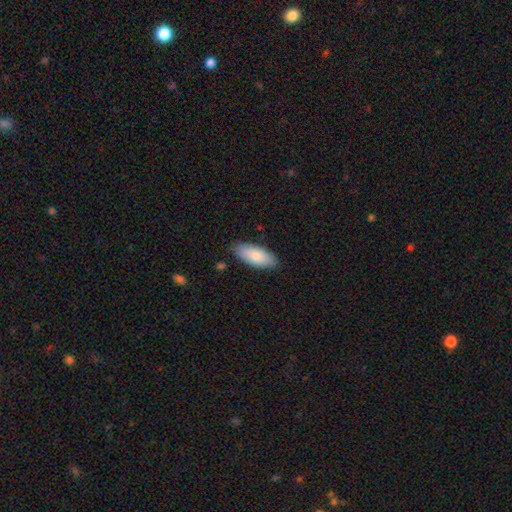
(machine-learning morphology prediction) This is clearly a smooth galaxy (84%). How rounded: clearly in between (85%). Merging: clearly none (85%).